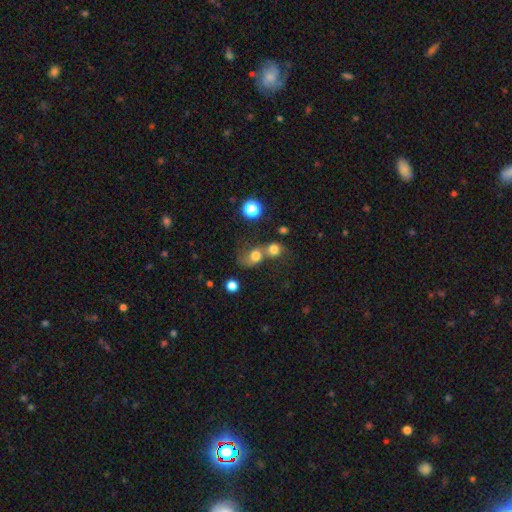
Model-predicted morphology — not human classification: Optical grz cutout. It shows a smooth galaxy with no disk features (72%) that is round (65%). Merging: merger (62%).